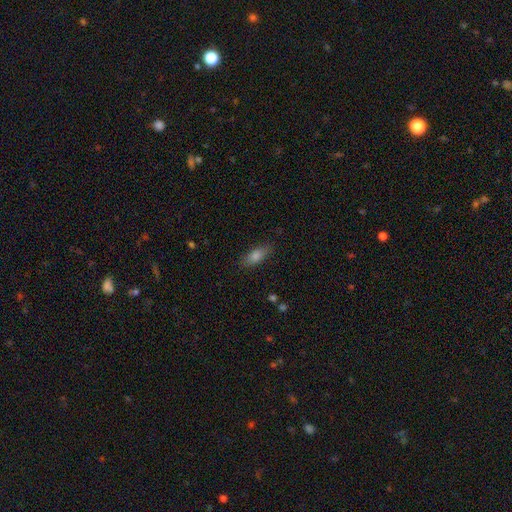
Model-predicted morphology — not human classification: This is likely a smooth galaxy (76%). How rounded: likely in between (73%). Merging: clearly none (85%).